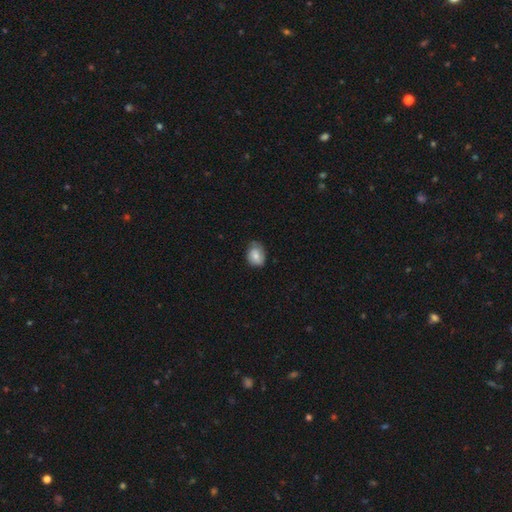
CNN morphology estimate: smooth-or-featured: smooth: 74% | featured or disk: 18% | star or artifact: 8%
  how-rounded: in between: 56% | round: 43% | cigar-shaped: 1%
  merging: none: 59% | minor disturbance: 33% | major disturbance: 7% | merger: 1%